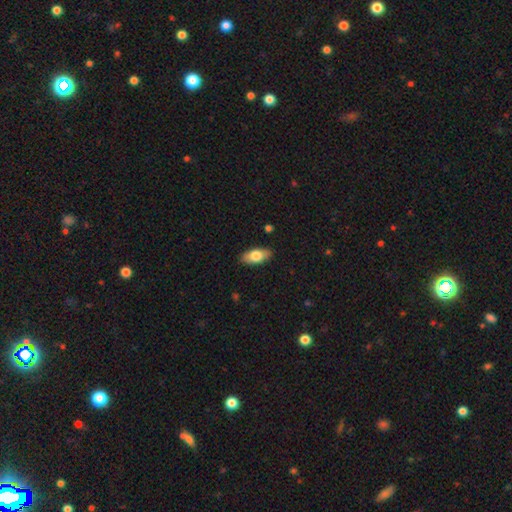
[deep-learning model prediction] Q: Smooth or featured?
A: smooth (77%); runner-up: featured or disk (17%)
Q: How rounded?
A: in between (89%); runner-up: cigar-shaped (8%)
Q: Merging?
A: none (88%); runner-up: minor disturbance (9%)